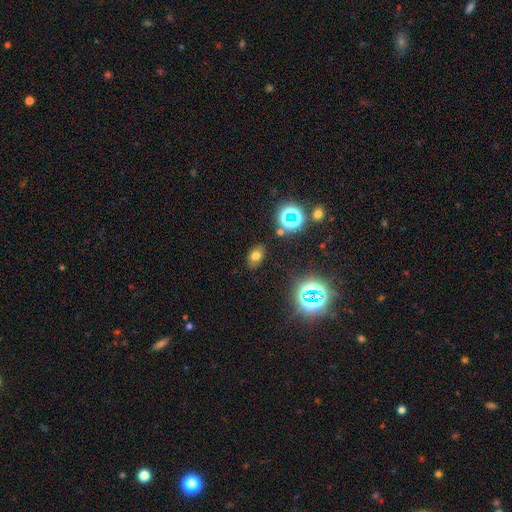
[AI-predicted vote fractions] Overall: smooth (64%; star or artifact 24%). How rounded: in between (81%). Merging: none (83%).